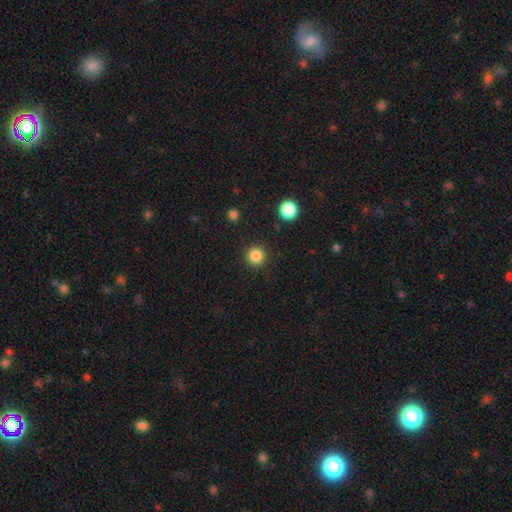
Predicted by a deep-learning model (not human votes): The model was most divided on "smooth or featured": smooth: 85%, star or artifact: 12%, featured or disk: 3%. More confident: how rounded — round (95%); merging — none (90%).